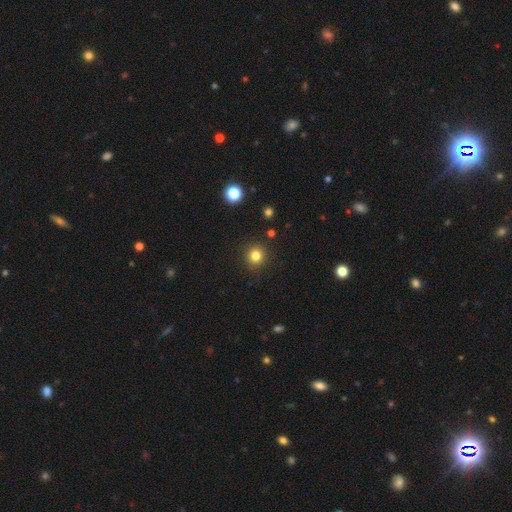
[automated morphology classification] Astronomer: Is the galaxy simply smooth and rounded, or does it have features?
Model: smooth — 81%.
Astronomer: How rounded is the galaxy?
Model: round — 92%.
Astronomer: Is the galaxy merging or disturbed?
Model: none — 91%.